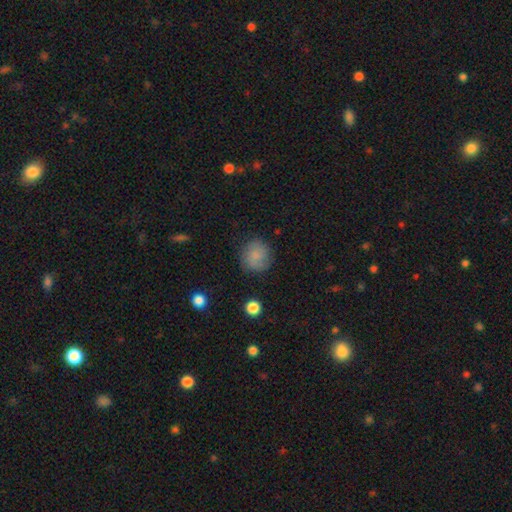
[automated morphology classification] A smooth galaxy with no disk features (73%) that is round (87%).

Vote fractions:
- Smooth or featured? smooth: 73% / featured or disk: 17% / star or artifact: 9%
- How rounded? round: 87% / in between: 12% / cigar-shaped: 1%
- Merging? none: 78% / minor disturbance: 15% / major disturbance: 5% / merger: 2%